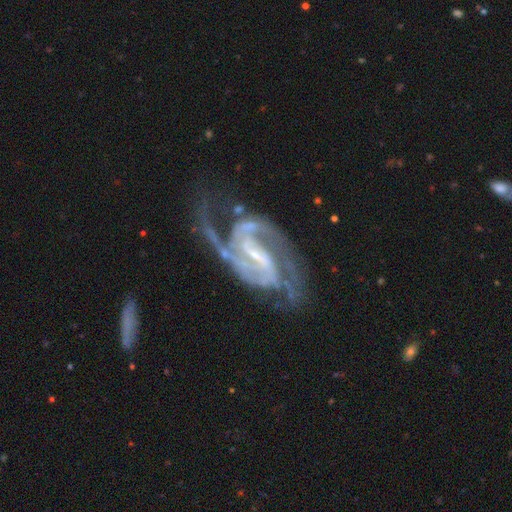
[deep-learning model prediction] A featured or disk galaxy (93%) with a strong bar (51%), 2 (82%) medium (56%) spiral arms (98%) and a small central bulge (70%). Merging: none (62%).